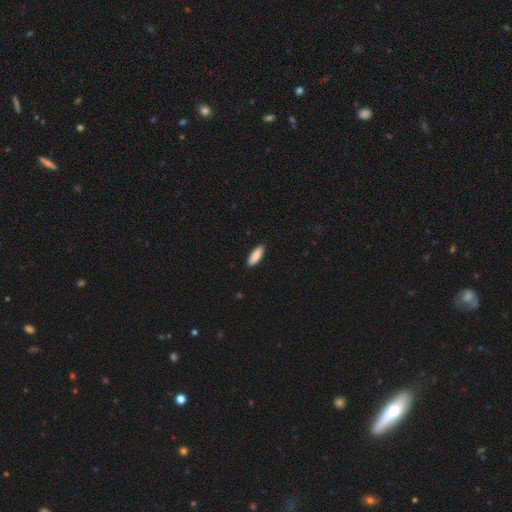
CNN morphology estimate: Smooth or featured? smooth (87%)
How rounded? in between (55%)
Merging? none (89%)